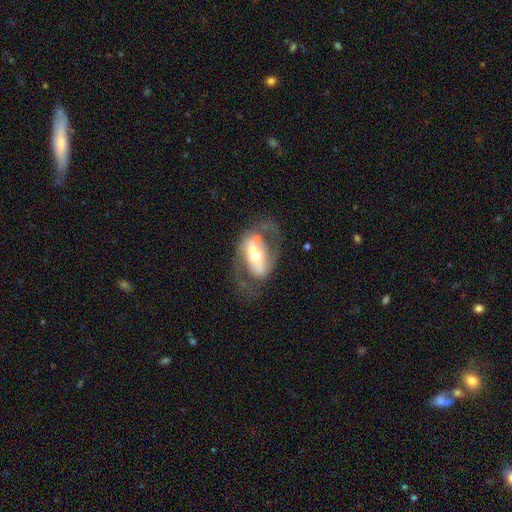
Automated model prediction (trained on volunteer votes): Smooth or featured?
  - featured or disk: 75% *
  - smooth: 18%
  - star or artifact: 7%
Edge-on disk?
  - no: 93% *
  - yes: 7%
Bar?
  - no: 37% * (tied)
  - strong: 37% * (tied)
  - weak: 26%
Spiral arms?
  - yes: 61% *
  - no: 39%
Bulge size?
  - moderate: 62% *
  - small: 26%
  - large: 9%
  - dominant: 2%
  - none: 1%
Merging?
  - none: 46% *
  - merger: 19%
  - major disturbance: 18%
  - minor disturbance: 16%